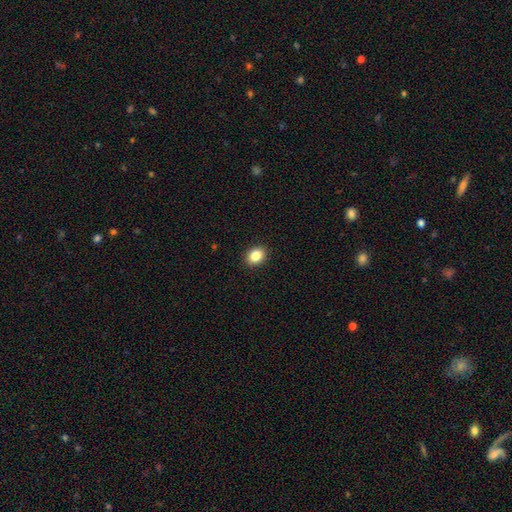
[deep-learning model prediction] Morphology: type=smooth (86%); roundness=in between (62%); merging=none (91%).